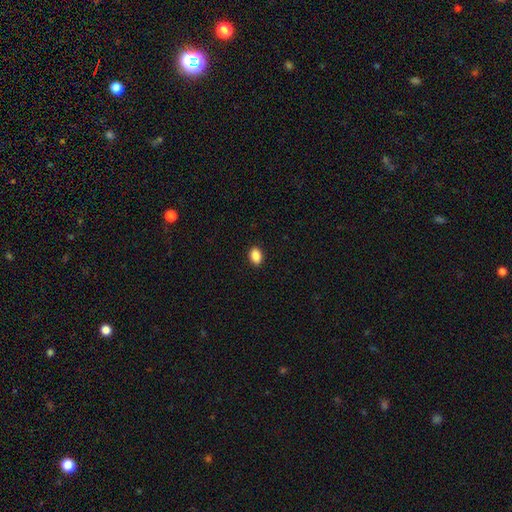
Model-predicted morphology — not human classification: Smooth or featured?
  - smooth: 89% *
  - star or artifact: 8%
  - featured or disk: 3%
How rounded?
  - in between: 78% *
  - round: 20%
  - cigar-shaped: 1%
Merging?
  - none: 90% *
  - minor disturbance: 7%
  - major disturbance: 2%
  - merger: 1%